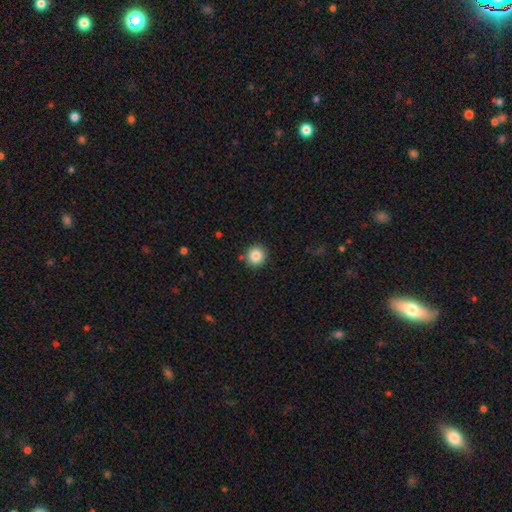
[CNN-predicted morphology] Smooth or featured? smooth (85%)
How rounded? round (95%)
Merging? none (89%)